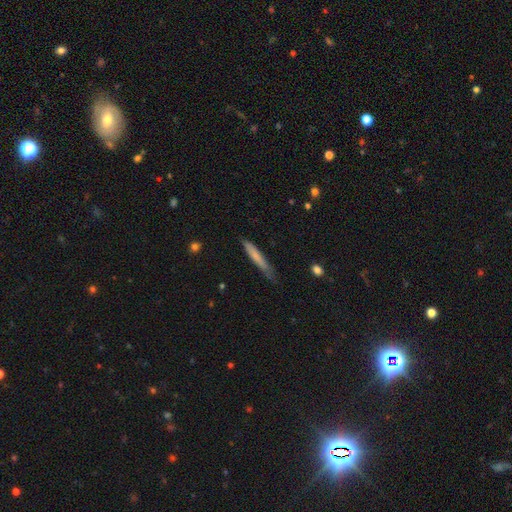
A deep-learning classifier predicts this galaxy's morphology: Smooth or featured?
  - smooth: 68% *
  - featured or disk: 26%
  - star or artifact: 6%
How rounded?
  - cigar-shaped: 95% *
  - in between: 4%
  - round: 1%
Merging?
  - none: 65% *
  - minor disturbance: 27%
  - major disturbance: 5%
  - merger: 2%